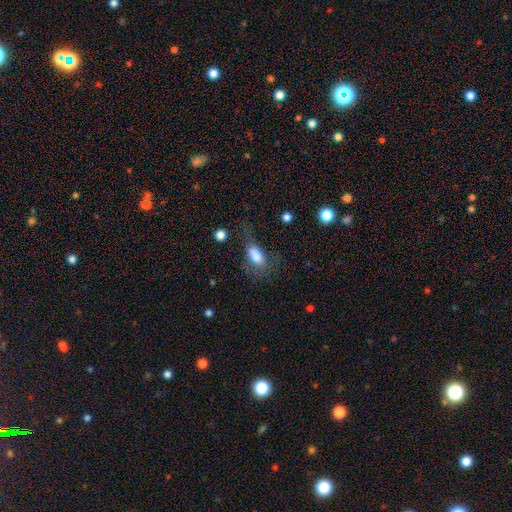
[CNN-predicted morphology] Q: Smooth or featured?
A: smooth (76%); runner-up: featured or disk (15%)
Q: How rounded?
A: in between (87%); runner-up: cigar-shaped (7%)
Q: Merging?
A: none (39%); runner-up: major disturbance (33%)